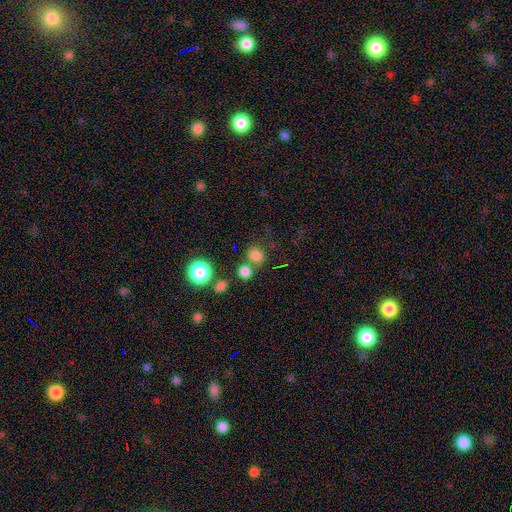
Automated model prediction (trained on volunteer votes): Morphology: type=smooth (78%); roundness=round (79%); merging=none (66%).